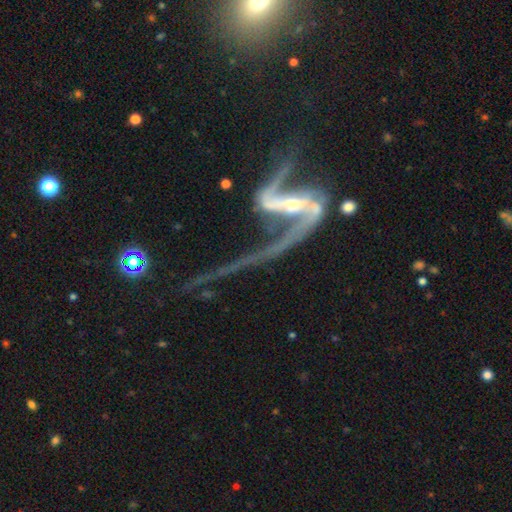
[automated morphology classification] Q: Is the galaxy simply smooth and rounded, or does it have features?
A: featured or disk — 89%.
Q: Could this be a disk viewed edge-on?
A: no — 91%.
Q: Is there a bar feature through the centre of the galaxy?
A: strong — 54%.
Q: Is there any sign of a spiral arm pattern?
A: yes — 93%.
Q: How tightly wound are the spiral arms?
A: loose — 80%.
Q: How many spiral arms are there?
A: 2 — 85%.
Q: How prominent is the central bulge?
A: small — 63%.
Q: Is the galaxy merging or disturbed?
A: major disturbance — 40%.